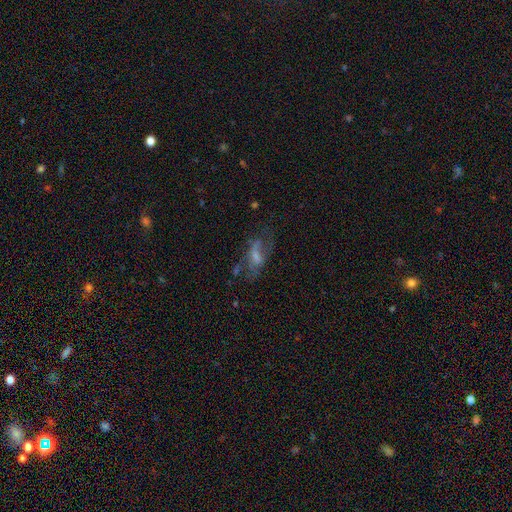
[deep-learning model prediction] Overall: featured or disk (55%; smooth 31%). Edge-on disk: no (91%). Bar: no (44%; weak 40%). Spiral arms: yes (55%; no 45%). Bulge size: small (35%; moderate 30%). Merging: none (44%; major disturbance 31%).